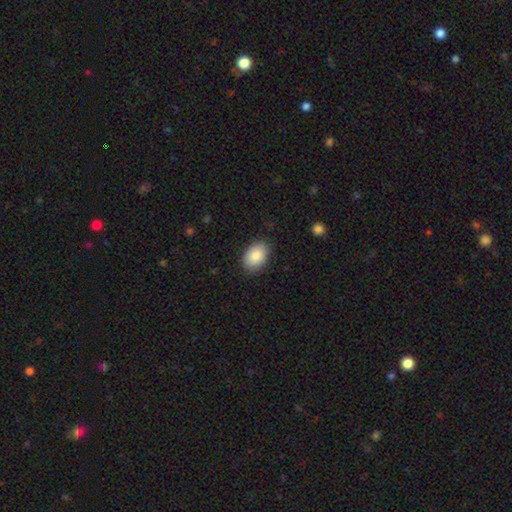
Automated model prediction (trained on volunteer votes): This appears to be a smooth galaxy with no disk features (87%) that is in between round and cigar-shaped (85%). Merging: none (87%).